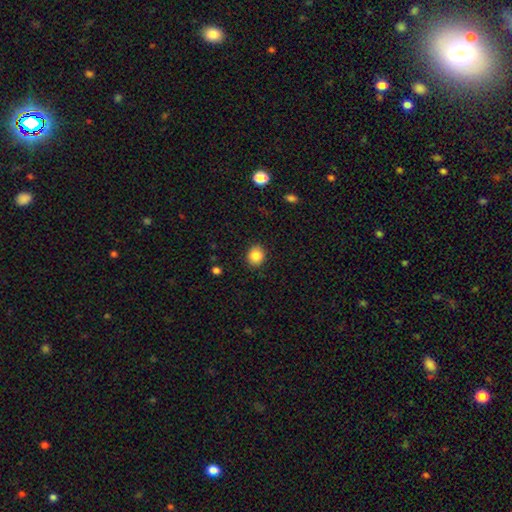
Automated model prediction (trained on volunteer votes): A smooth galaxy with no disk features (85%) that is round (71%). Merging: none (89%).